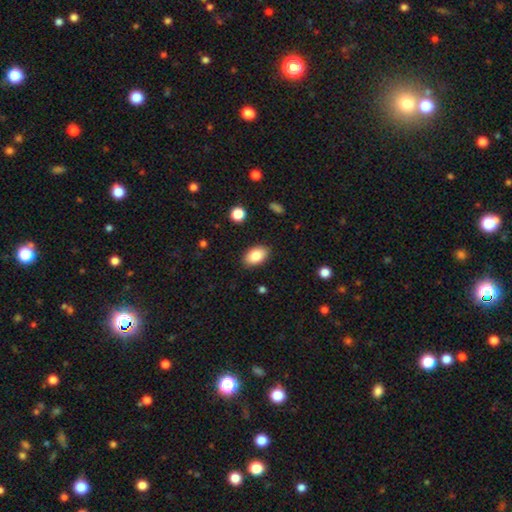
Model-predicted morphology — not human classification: smooth-or-featured: smooth: 84% | featured or disk: 8% | star or artifact: 8%
  how-rounded: in between: 90% | round: 8% | cigar-shaped: 1%
  merging: none: 87% | minor disturbance: 9% | major disturbance: 2% | merger: 1%